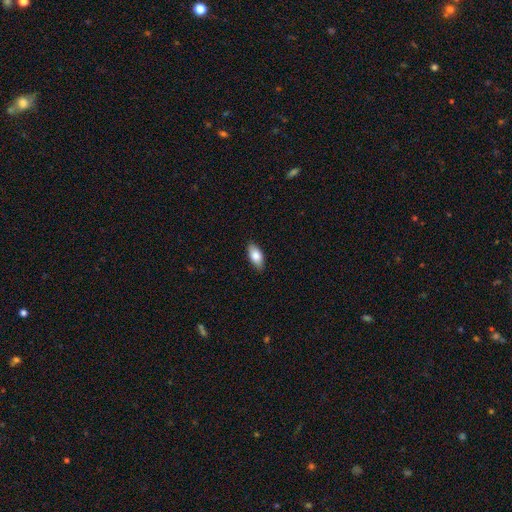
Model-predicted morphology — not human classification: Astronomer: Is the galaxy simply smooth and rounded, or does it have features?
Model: smooth — 82%.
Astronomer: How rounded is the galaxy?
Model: in between — 90%.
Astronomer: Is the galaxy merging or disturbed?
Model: none — 86%.